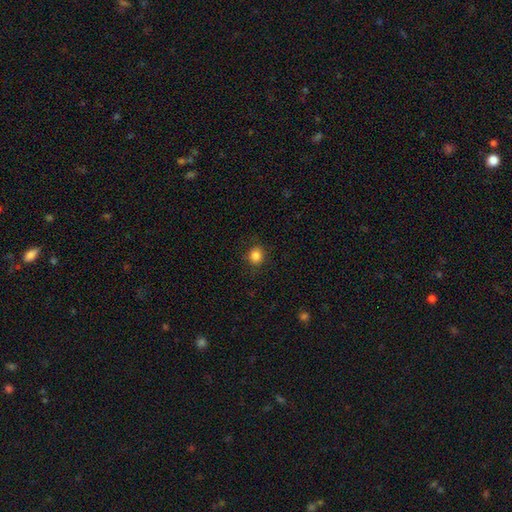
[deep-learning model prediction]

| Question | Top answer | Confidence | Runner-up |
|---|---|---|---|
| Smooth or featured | smooth | 85% | star or artifact (11%) |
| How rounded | round | 87% | in between (12%) |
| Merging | none | 88% | minor disturbance (8%) |